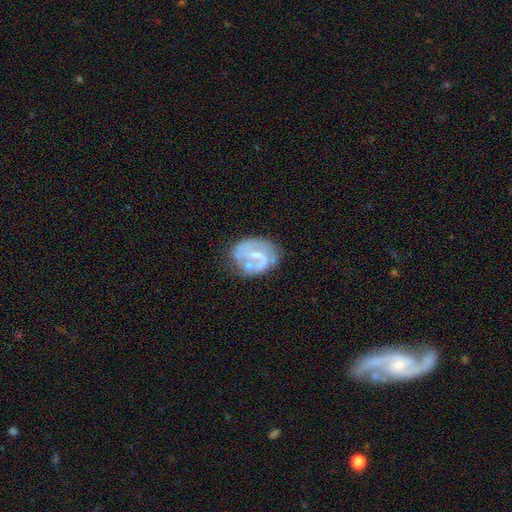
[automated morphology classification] This appears to be a featured or disk galaxy (74%) with a weak bar (48%), 2 (61%) medium (42%) spiral arms (70%) and a small central bulge (50%). Merging: none (53%).